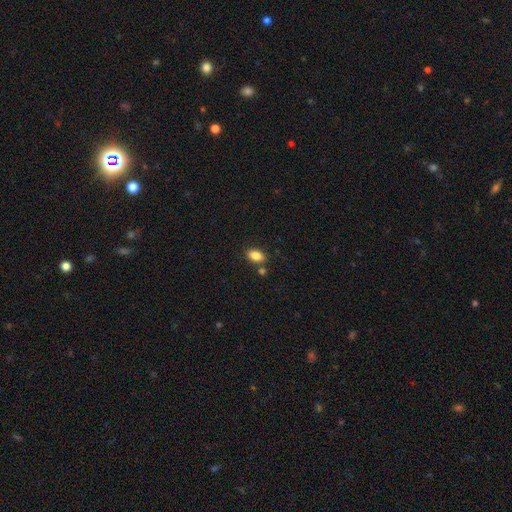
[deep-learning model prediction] A smooth galaxy with no disk features (85%) that is in between round and cigar-shaped (89%).

Vote fractions:
- Smooth or featured? smooth: 85% / star or artifact: 9% / featured or disk: 6%
- How rounded? in between: 89% / round: 8% / cigar-shaped: 3%
- Merging? none: 77% / minor disturbance: 11% / merger: 10% / major disturbance: 3%